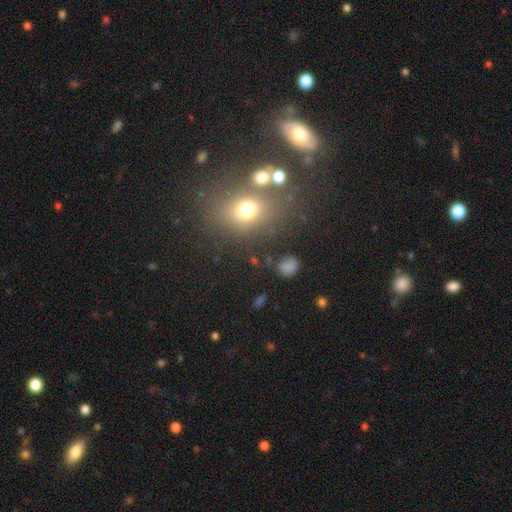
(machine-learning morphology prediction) Smooth or featured?
  - smooth: 53% *
  - star or artifact: 31%
  - featured or disk: 15%
How rounded?
  - round: 54% *
  - in between: 43%
  - cigar-shaped: 2%
Merging?
  - none: 61% *
  - merger: 20%
  - minor disturbance: 12%
  - major disturbance: 6%